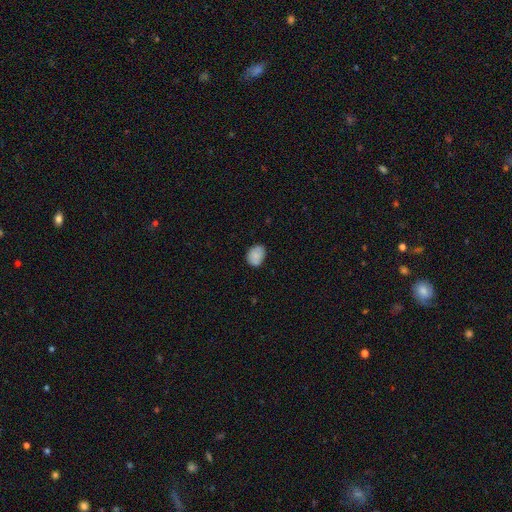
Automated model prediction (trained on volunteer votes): smooth_or_featured: smooth (p=0.82) [alt: featured or disk p=0.10]
how_rounded: in between (p=0.60) [alt: round p=0.39]
merging: none (p=0.74) [alt: minor disturbance p=0.21]